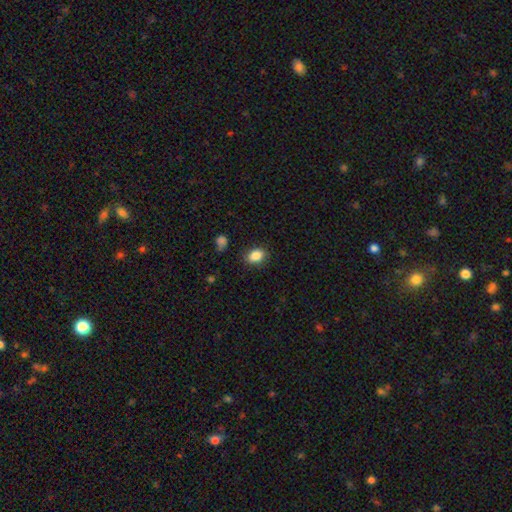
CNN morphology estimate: A smooth galaxy with no disk features (87%) that is in between round and cigar-shaped (72%).

Vote fractions:
- Smooth or featured? smooth: 87% / star or artifact: 9% / featured or disk: 5%
- How rounded? in between: 72% / round: 26% / cigar-shaped: 1%
- Merging? none: 83% / minor disturbance: 13% / major disturbance: 3% / merger: 2%